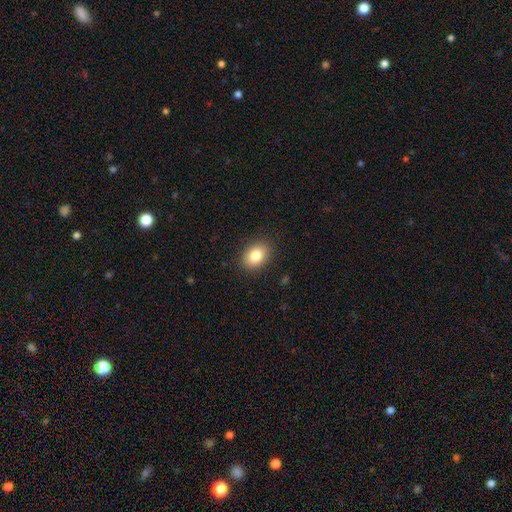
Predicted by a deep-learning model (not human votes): Smooth or featured: smooth — 82% (star or artifact — 9%)
How rounded: in between — 73% (round — 26%)
Merging: none — 88% (minor disturbance — 9%)